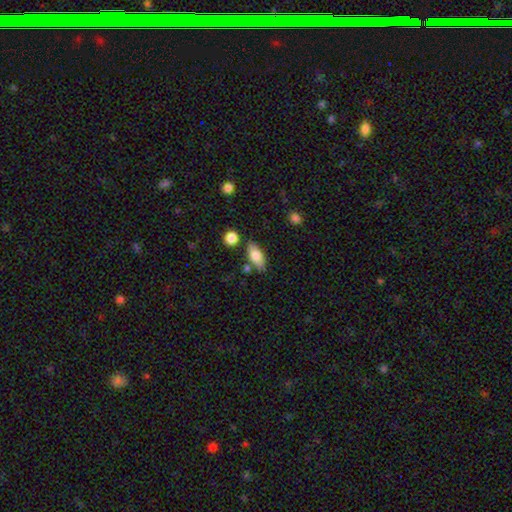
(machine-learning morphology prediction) type=smooth (77%); roundness=in between (84%); merging=none (76%).